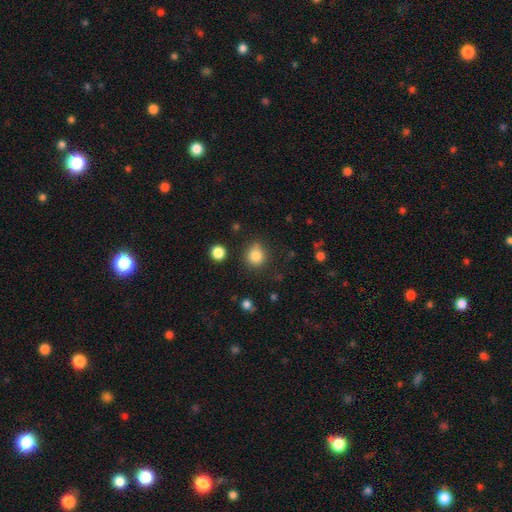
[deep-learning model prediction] Q: Smooth or featured?
A: smooth (83%); runner-up: star or artifact (12%)
Q: How rounded?
A: round (86%); runner-up: in between (13%)
Q: Merging?
A: none (77%); runner-up: minor disturbance (14%)